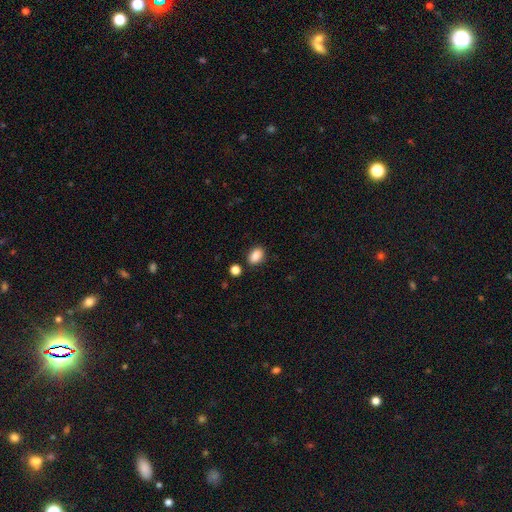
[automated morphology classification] smooth_or_featured: smooth (p=0.88) [alt: star or artifact p=0.09]
how_rounded: in between (p=0.80) [alt: round p=0.19]
merging: none (p=0.83) [alt: minor disturbance p=0.10]